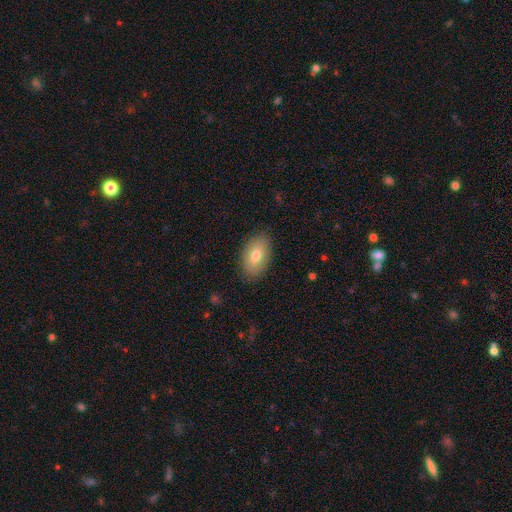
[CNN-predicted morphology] Overall: smooth (76%). How rounded: in between (93%). Merging: none (86%).